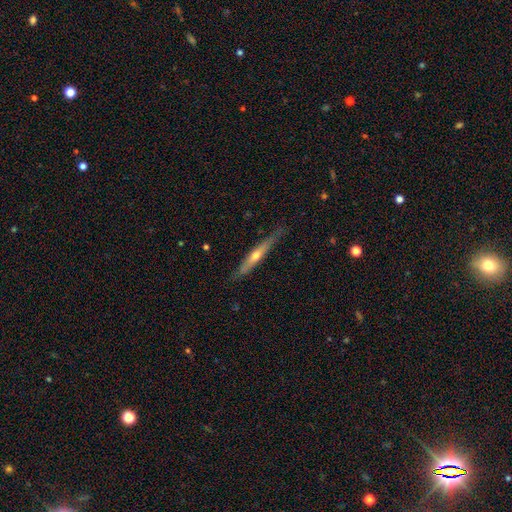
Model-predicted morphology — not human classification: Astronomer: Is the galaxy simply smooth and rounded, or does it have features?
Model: featured or disk — 69%.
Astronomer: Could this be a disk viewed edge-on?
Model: yes — 96%.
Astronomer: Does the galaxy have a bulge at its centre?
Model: rounded — 82%.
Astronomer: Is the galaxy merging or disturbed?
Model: none — 84%.